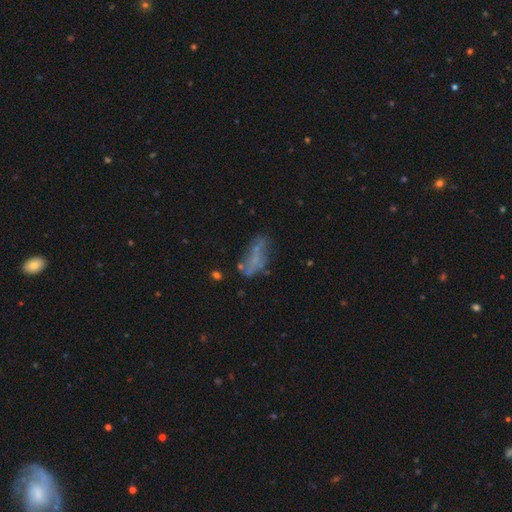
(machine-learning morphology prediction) smooth-or-featured: featured or disk: 48% | smooth: 37% | star or artifact: 15%
  merging: none: 45% | minor disturbance: 23% | major disturbance: 21% | merger: 10%